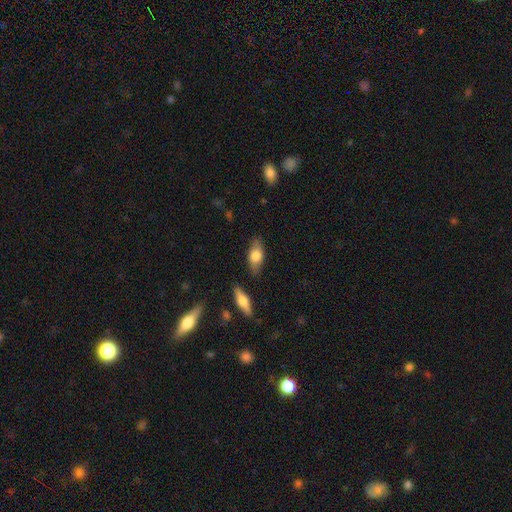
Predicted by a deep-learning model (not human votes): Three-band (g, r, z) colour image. It shows a smooth galaxy with no disk features (69%) that is in between round and cigar-shaped (82%). Merging: none (82%).